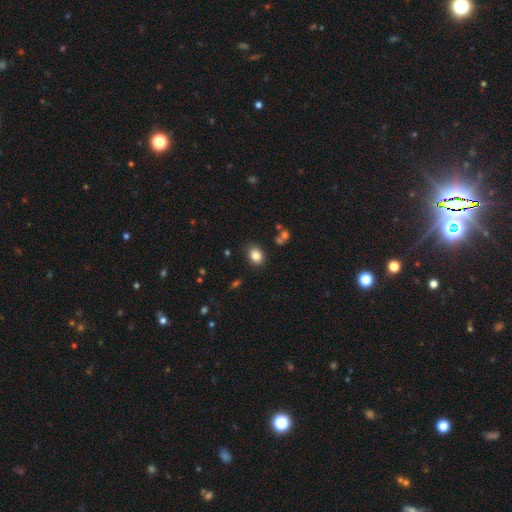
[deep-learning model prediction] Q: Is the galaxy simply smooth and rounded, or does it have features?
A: smooth — 83%.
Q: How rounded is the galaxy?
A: in between — 55%.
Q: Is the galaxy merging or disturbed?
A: none — 82%.